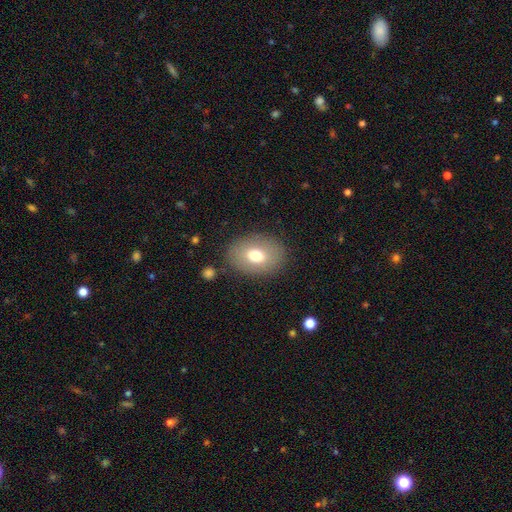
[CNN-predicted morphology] smooth_or_featured: smooth (p=0.72) [alt: featured or disk p=0.19]
how_rounded: in between (p=0.73) [alt: round p=0.26]
merging: none (p=0.85) [alt: minor disturbance p=0.10]